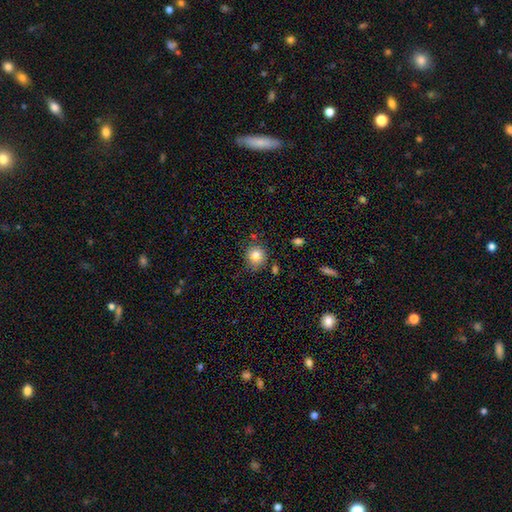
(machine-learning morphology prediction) The model was most divided on "merging": none: 76%, minor disturbance: 16%, merger: 5%, major disturbance: 4%. More confident: how rounded — round (83%); smooth or featured — smooth (79%).